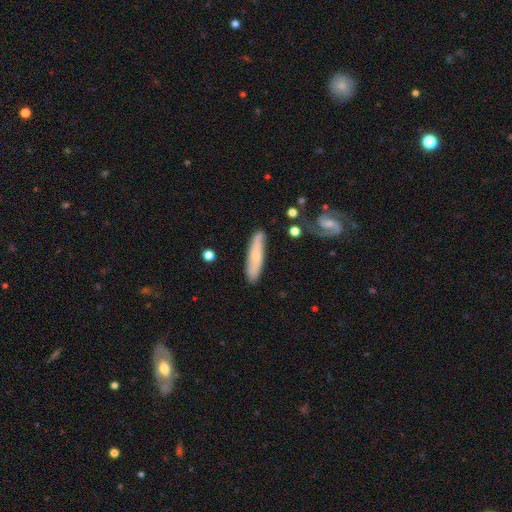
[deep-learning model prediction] This appears to be a smooth galaxy with no disk features (49%). Merging: none (78%).